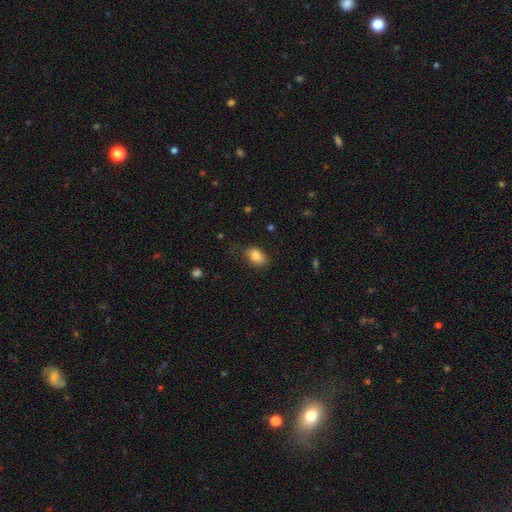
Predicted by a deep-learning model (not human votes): A smooth galaxy with no disk features (82%) that is in between round and cigar-shaped (85%).

Vote fractions:
- Smooth or featured? smooth: 82% / featured or disk: 9% / star or artifact: 8%
- How rounded? in between: 85% / round: 13% / cigar-shaped: 1%
- Merging? none: 72% / minor disturbance: 21% / major disturbance: 6% / merger: 1%